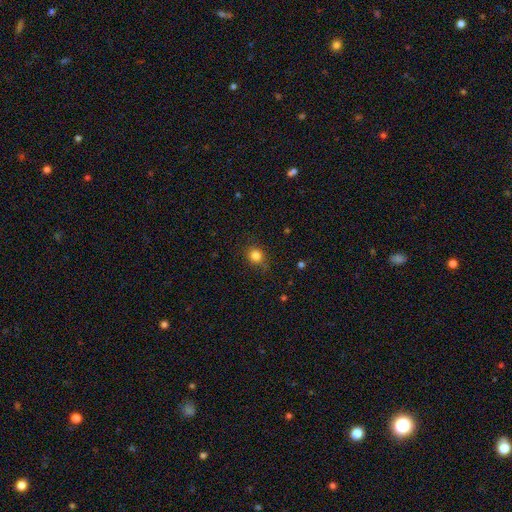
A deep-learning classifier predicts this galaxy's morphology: Smooth or featured?
  - smooth: 83% *
  - star or artifact: 12%
  - featured or disk: 5%
How rounded?
  - round: 76% *
  - in between: 23%
  - cigar-shaped: 1%
Merging?
  - none: 82% *
  - minor disturbance: 13%
  - major disturbance: 3%
  - merger: 1%